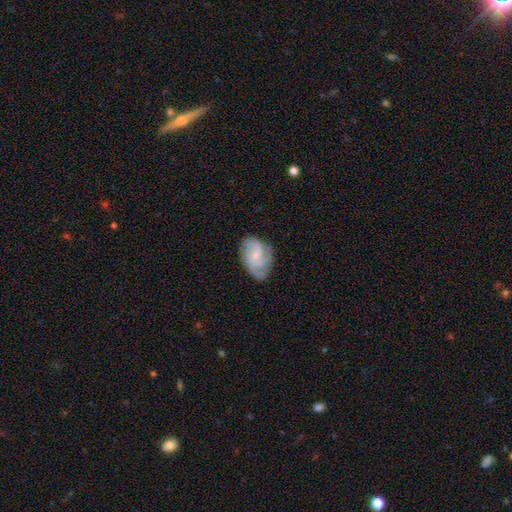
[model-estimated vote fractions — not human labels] A featured or disk galaxy (73%) with no bar (58%), 3 (37%) medium (47%) spiral arms (94%) and a small central bulge (71%). Merging: none (66%).